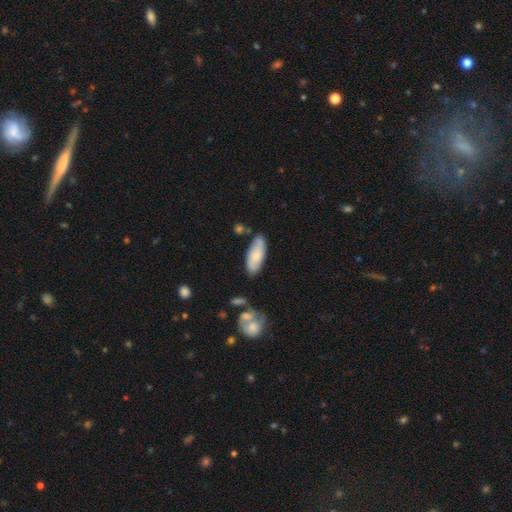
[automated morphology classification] This is likely a smooth galaxy (72%). How rounded: clearly in between (80%). Merging: likely none (73%).